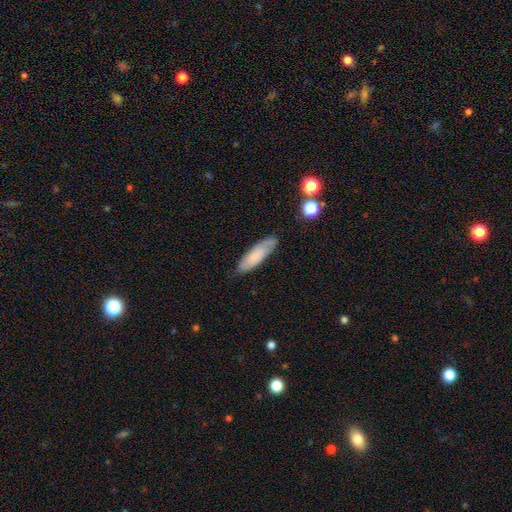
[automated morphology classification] Smooth or featured? Predicted: smooth (p=0.71). How rounded? Predicted: cigar-shaped (p=0.52). Merging? Predicted: none (p=0.75).